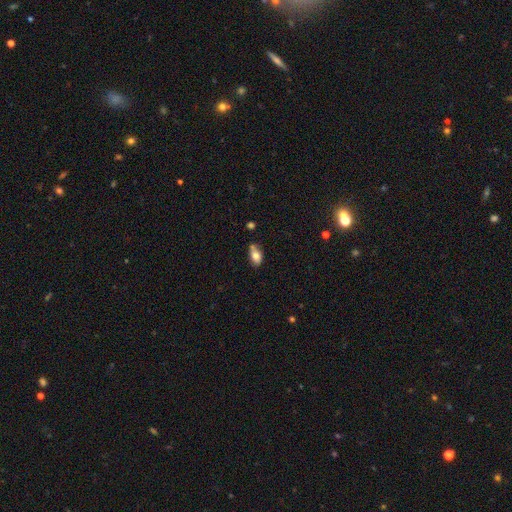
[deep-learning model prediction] This is likely a smooth galaxy (73%). How rounded: clearly in between (88%). Merging: possibly none (56%).